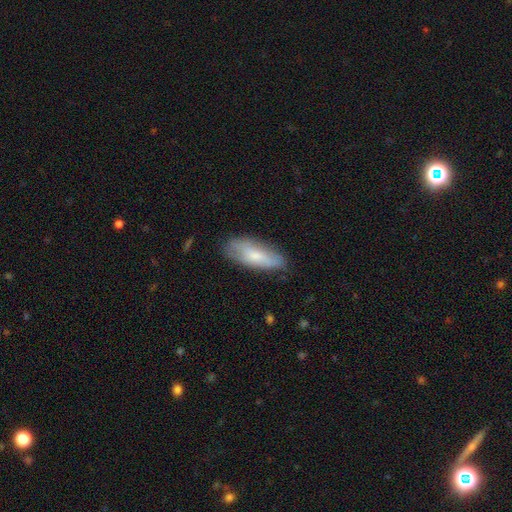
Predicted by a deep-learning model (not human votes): A smooth galaxy with no disk features (65%) that is in between round and cigar-shaped (69%). Merging: none (71%).